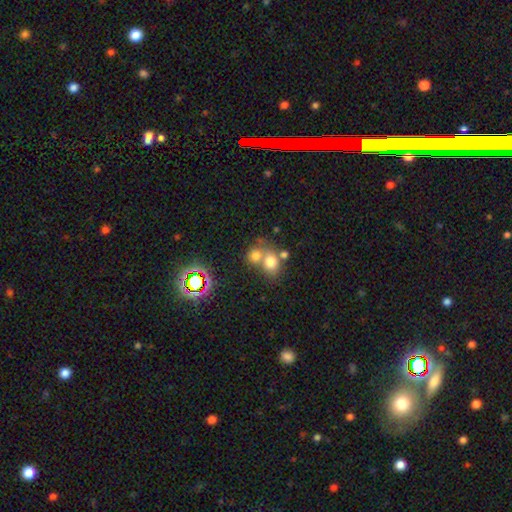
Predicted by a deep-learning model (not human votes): Smooth or featured: smooth — 71% (star or artifact — 17%)
How rounded: round — 68% (in between — 31%)
Merging: merger — 52% (none — 37%)